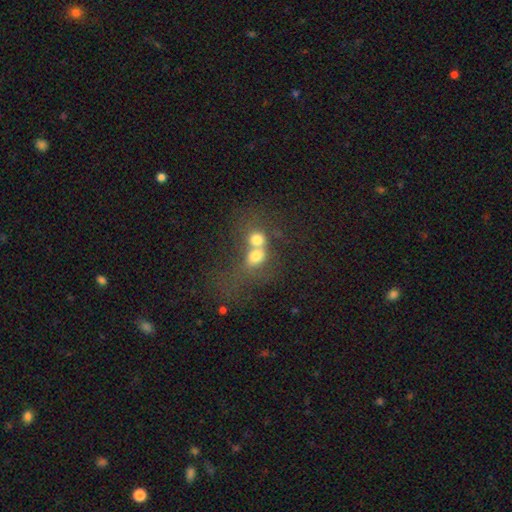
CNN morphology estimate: A smooth galaxy with no disk features (65%) that is round (62%).

Vote fractions:
- Smooth or featured? smooth: 65% / featured or disk: 21% / star or artifact: 14%
- How rounded? round: 62% / in between: 36% / cigar-shaped: 2%
- Merging? merger: 72% / none: 18% / major disturbance: 6% / minor disturbance: 5%